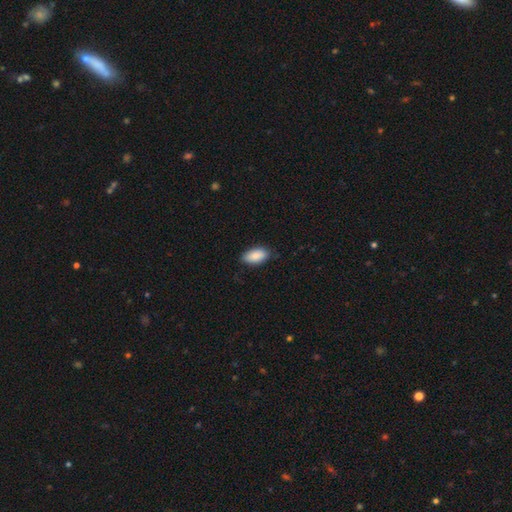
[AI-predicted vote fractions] Smooth or featured? Predicted: smooth (p=0.88). How rounded? Predicted: in between (p=0.93). Merging? Predicted: none (p=0.84).